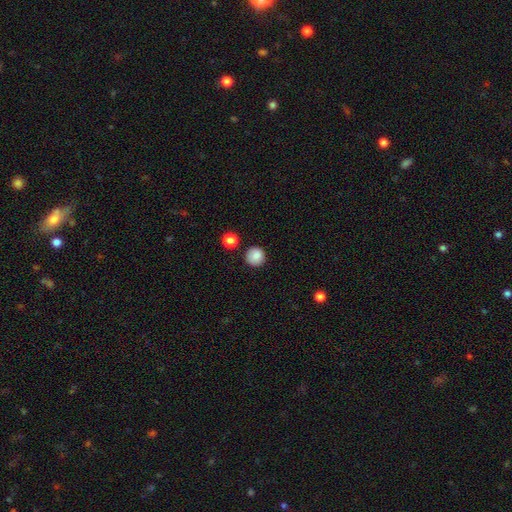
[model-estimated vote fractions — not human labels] The model was most divided on "smooth or featured": smooth: 87%, star or artifact: 9%, featured or disk: 4%. More confident: how rounded — round (94%); merging — none (88%).